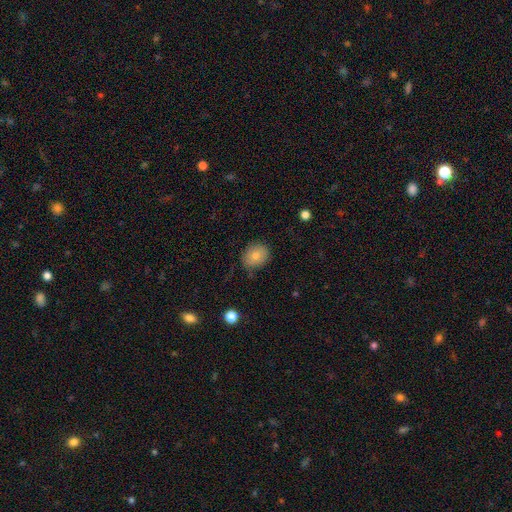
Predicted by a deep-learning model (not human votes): Smooth or featured? Predicted: smooth (p=0.78). How rounded? Predicted: round (p=0.58). Merging? Predicted: none (p=0.78).